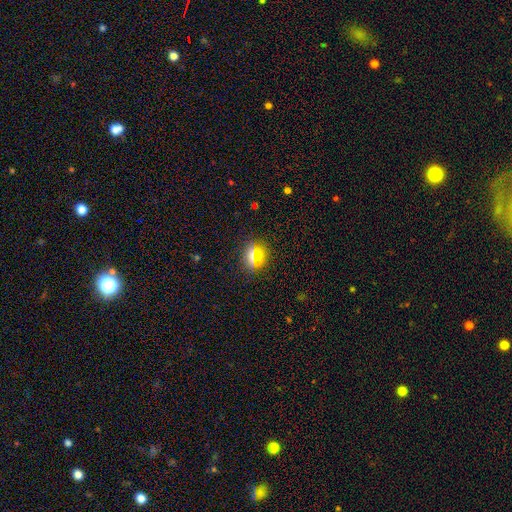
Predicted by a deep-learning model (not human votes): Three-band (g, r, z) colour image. It shows a smooth galaxy with no disk features (61%) that is round (76%). Merging: none (83%).